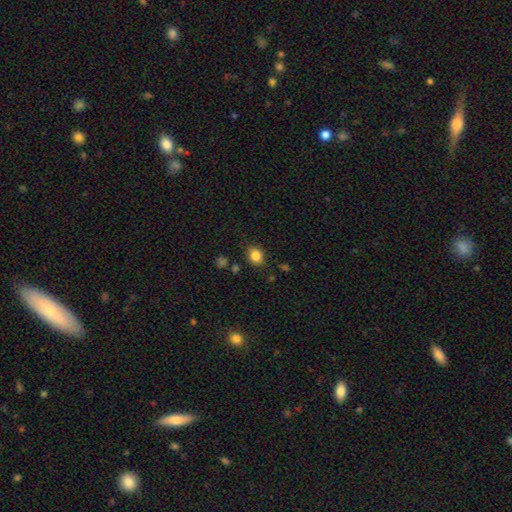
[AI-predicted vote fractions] This is clearly a smooth galaxy (84%). How rounded: possibly round (52%). Merging: clearly none (81%).